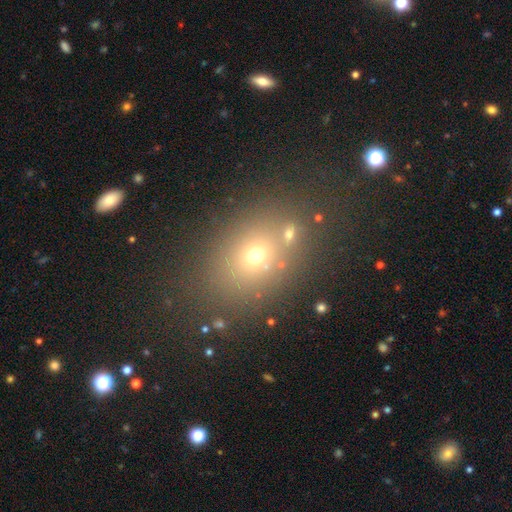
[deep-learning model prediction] This is possibly a smooth galaxy (60%). How rounded: possibly in between (57%). Merging: likely none (75%).